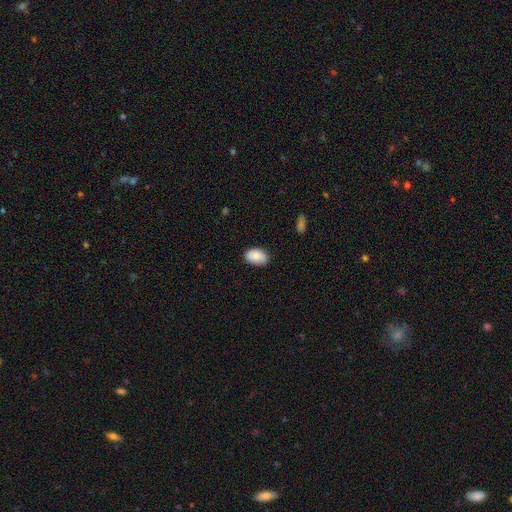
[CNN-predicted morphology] This is clearly a smooth galaxy (87%). How rounded: clearly in between (89%). Merging: clearly none (80%).